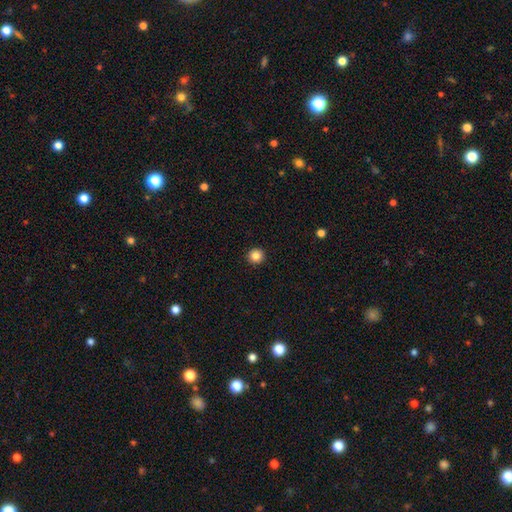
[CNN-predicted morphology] This is clearly a smooth galaxy (85%). How rounded: clearly round (96%). Merging: clearly none (94%).